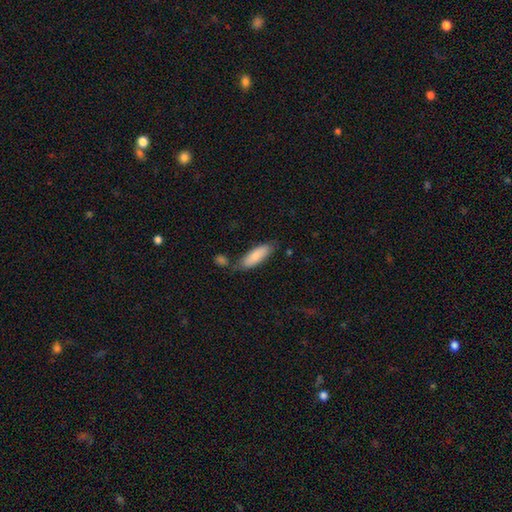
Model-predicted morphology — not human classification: smooth_or_featured: smooth (p=0.80) [alt: featured or disk p=0.14]
how_rounded: in between (p=0.59) [alt: cigar-shaped p=0.40]
merging: none (p=0.68) [alt: minor disturbance p=0.19]